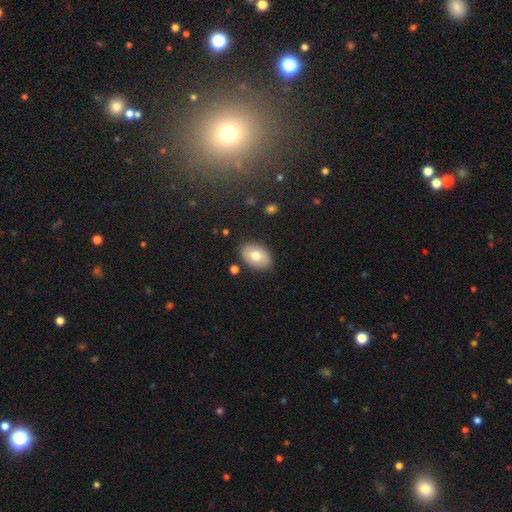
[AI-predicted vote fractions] smooth-or-featured: smooth: 74% | featured or disk: 19% | star or artifact: 7%
  how-rounded: in between: 86% | round: 13% | cigar-shaped: 1%
  merging: none: 85% | minor disturbance: 10% | major disturbance: 2% | merger: 2%